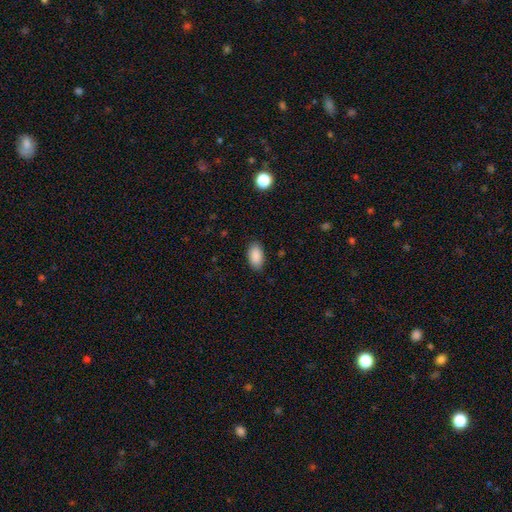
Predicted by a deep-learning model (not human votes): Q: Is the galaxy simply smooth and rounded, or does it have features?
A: smooth — 90%.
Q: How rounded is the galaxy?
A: in between — 94%.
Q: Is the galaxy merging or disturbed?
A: none — 87%.